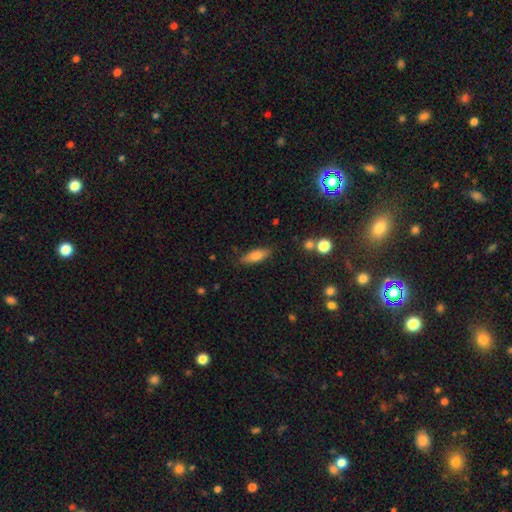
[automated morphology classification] Overall: smooth (77%). How rounded: in between (57%; cigar-shaped 41%). Merging: none (83%).